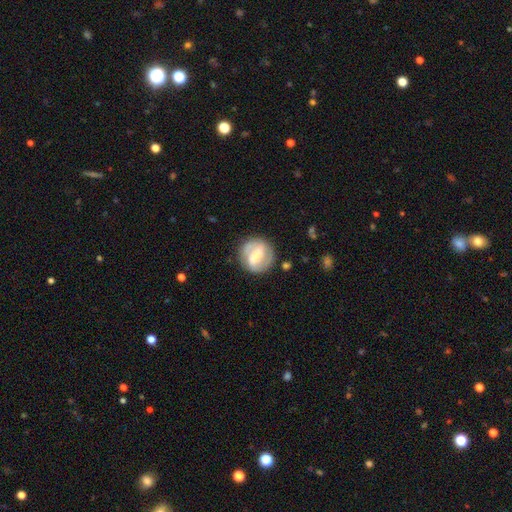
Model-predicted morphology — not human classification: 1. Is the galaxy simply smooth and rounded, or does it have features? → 65% featured or disk, 29% smooth, 6% star or artifact.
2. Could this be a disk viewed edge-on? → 96% no, 4% yes.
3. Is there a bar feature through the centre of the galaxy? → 47% strong, 39% weak, 14% no.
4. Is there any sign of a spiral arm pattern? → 71% yes, 29% no.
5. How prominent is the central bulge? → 49% small, 39% moderate, 6% none, 4% large, 1% dominant.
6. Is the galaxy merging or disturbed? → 76% none, 15% minor disturbance, 7% major disturbance, 3% merger.